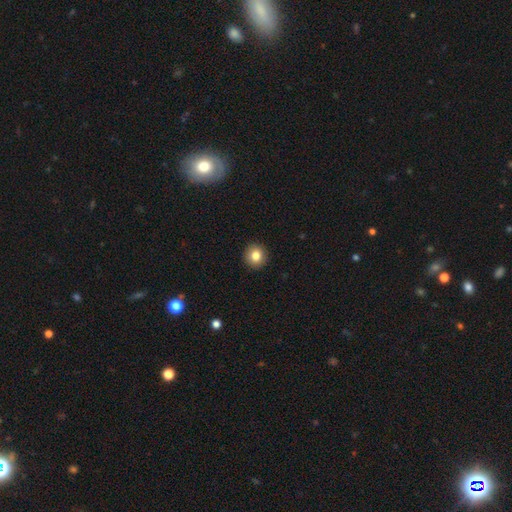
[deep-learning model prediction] This is clearly a smooth galaxy (83%). How rounded: clearly round (93%). Merging: clearly none (93%).